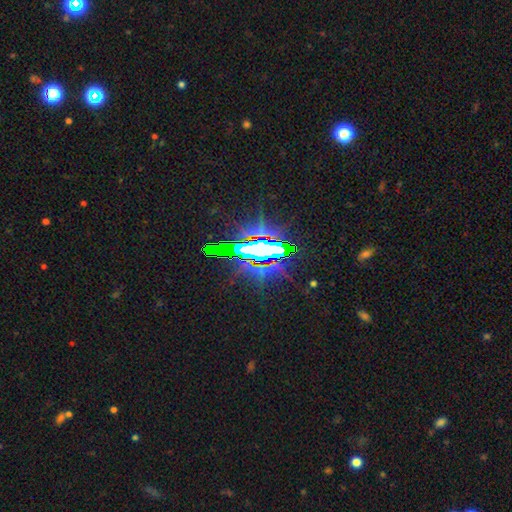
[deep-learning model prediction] smooth-or-featured: star or artifact: 71% | featured or disk: 17% | smooth: 12%